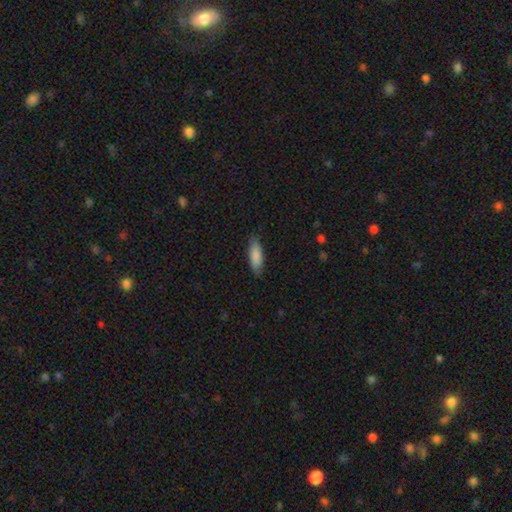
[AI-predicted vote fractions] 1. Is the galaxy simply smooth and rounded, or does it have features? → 85% smooth, 9% featured or disk, 5% star or artifact.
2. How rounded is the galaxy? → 63% in between, 35% cigar-shaped, 2% round.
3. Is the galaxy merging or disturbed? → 83% none, 13% minor disturbance, 2% major disturbance, 1% merger.